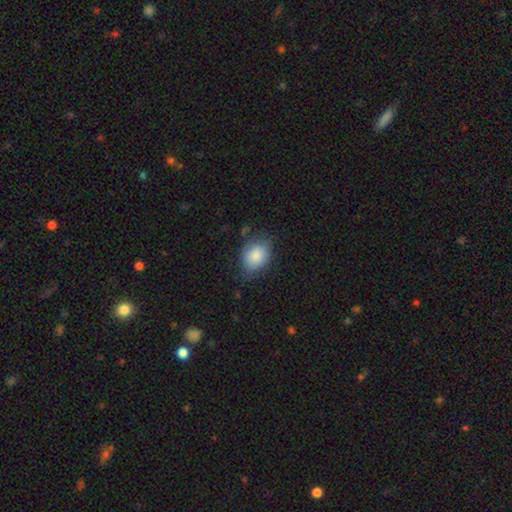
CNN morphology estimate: Smooth or featured? smooth (84%)
How rounded? in between (70%)
Merging? none (62%)